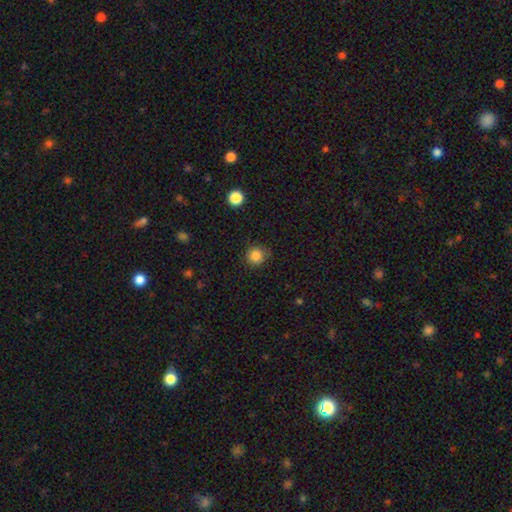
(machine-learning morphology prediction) Overall: smooth (85%). How rounded: round (93%). Merging: none (82%).